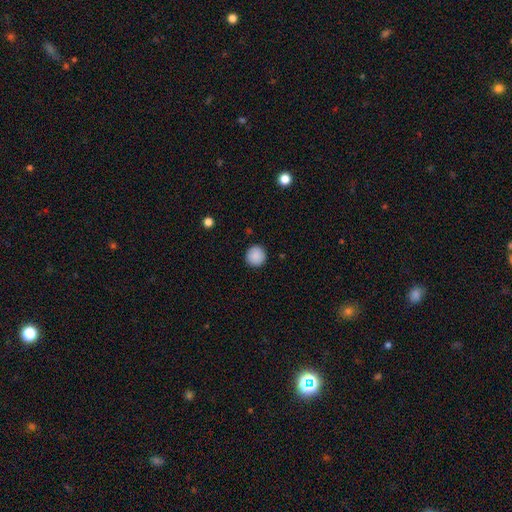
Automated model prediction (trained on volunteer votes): Smooth or featured? smooth (89%)
How rounded? round (95%)
Merging? none (91%)